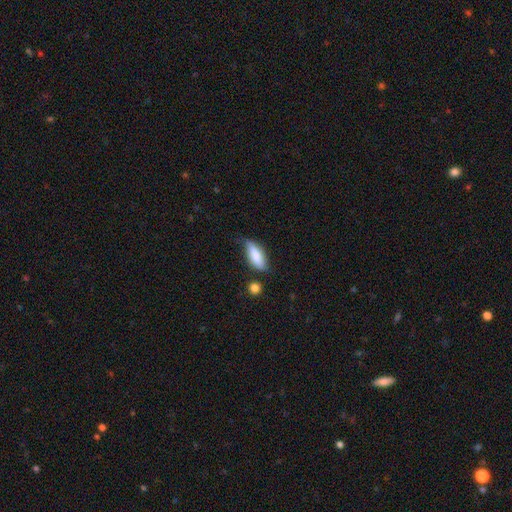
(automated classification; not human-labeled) A smooth galaxy with no disk features (81%) that is in between round and cigar-shaped (72%).

Vote fractions:
- Smooth or featured? smooth: 81% / featured or disk: 12% / star or artifact: 6%
- How rounded? in between: 72% / cigar-shaped: 25% / round: 3%
- Merging? none: 56% / minor disturbance: 32% / major disturbance: 8% / merger: 5%